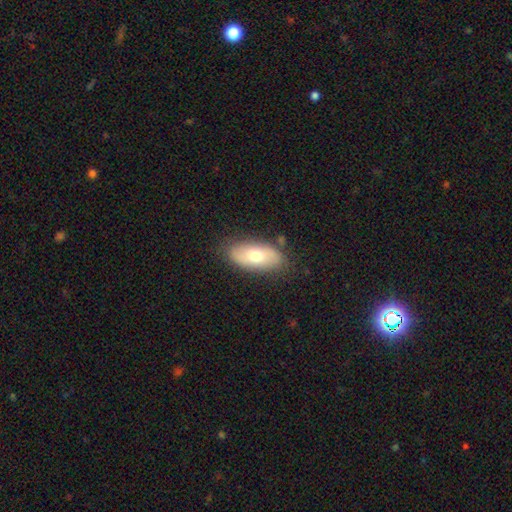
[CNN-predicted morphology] Q: Smooth or featured?
A: smooth (65%); runner-up: featured or disk (29%)
Q: How rounded?
A: in between (90%); runner-up: cigar-shaped (7%)
Q: Merging?
A: none (82%); runner-up: minor disturbance (13%)